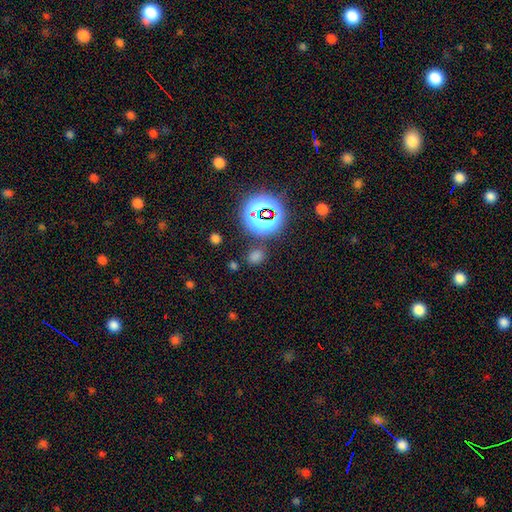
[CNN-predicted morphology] Smooth or featured?
  - smooth: 59% *
  - star or artifact: 36%
  - featured or disk: 5%
How rounded?
  - in between: 52% *
  - round: 46%
  - cigar-shaped: 2%
Merging?
  - none: 79% *
  - minor disturbance: 11%
  - merger: 6%
  - major disturbance: 4%